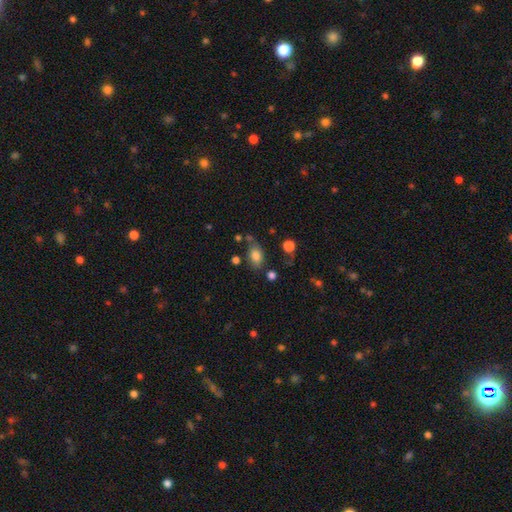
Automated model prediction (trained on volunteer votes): Smooth or featured? smooth (80%)
How rounded? in between (81%)
Merging? none (66%)